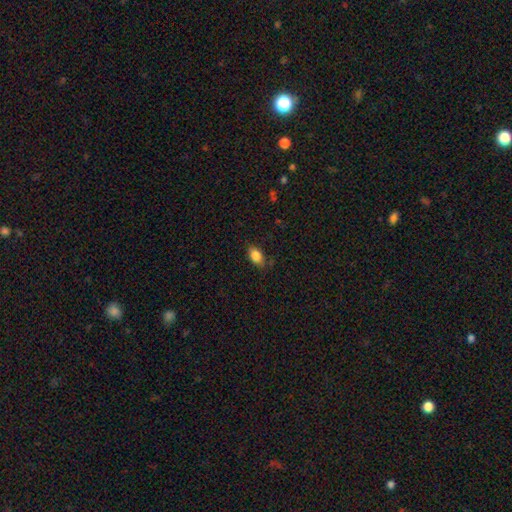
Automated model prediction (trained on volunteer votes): Q: Smooth or featured?
A: smooth (85%); runner-up: star or artifact (8%)
Q: How rounded?
A: in between (87%); runner-up: round (10%)
Q: Merging?
A: none (79%); runner-up: minor disturbance (16%)